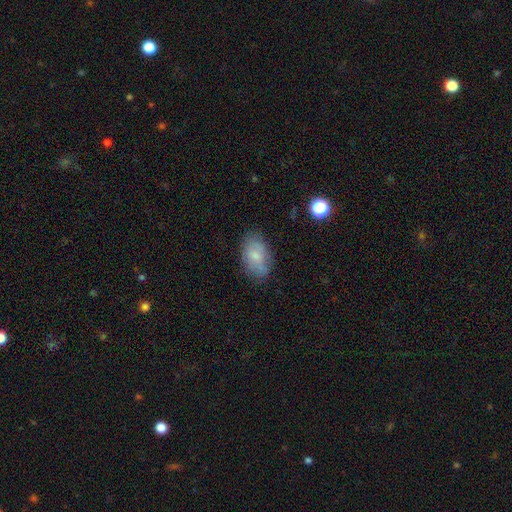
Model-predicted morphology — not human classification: Smooth or featured: smooth — 69% (featured or disk — 23%)
How rounded: in between — 90% (round — 7%)
Merging: none — 71% (minor disturbance — 21%)